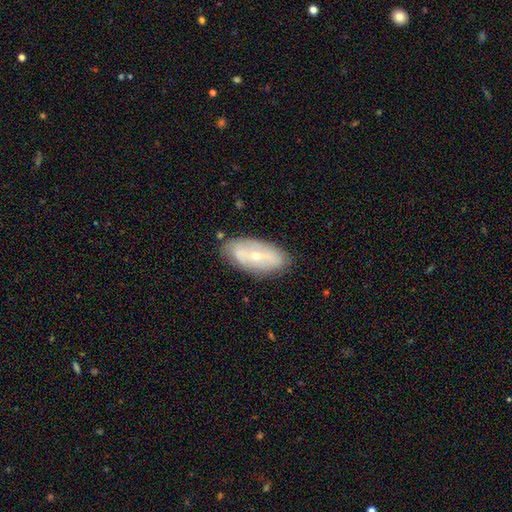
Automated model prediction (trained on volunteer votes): Smooth or featured: featured or disk — 59% (smooth — 34%)
Edge-on disk: no — 87% (yes — 13%)
Bar: no — 43% (weak — 33%)
Spiral arms: no — 51% (yes — 49%)
Bulge size: small — 59% (moderate — 38%)
Merging: none — 79% (minor disturbance — 16%)